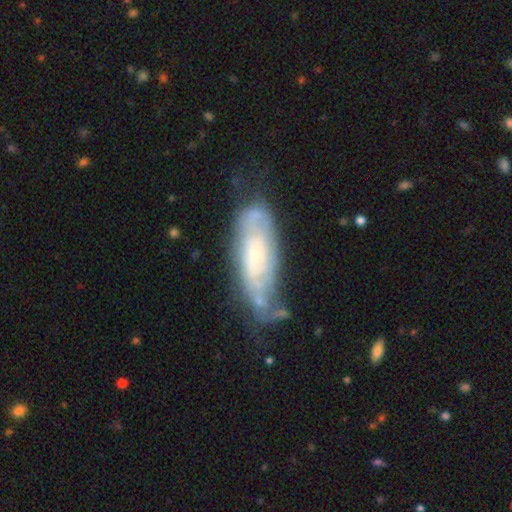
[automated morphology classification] Smooth or featured? featured or disk (66%)
Edge-on disk? no (85%)
Bar? no (71%)
Spiral arms? yes (75%)
Bulge size? small (56%)
Merging? none (46%)